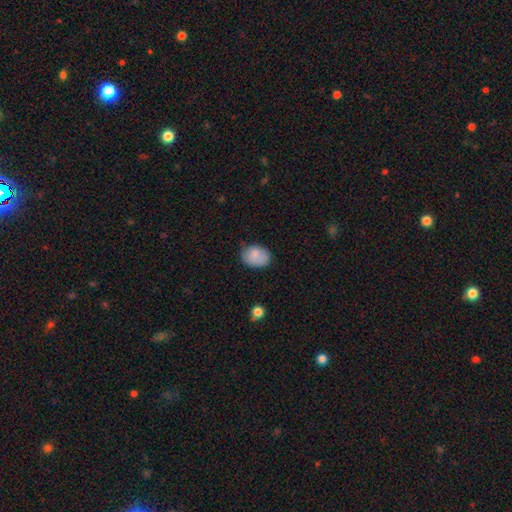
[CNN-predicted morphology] The model was most divided on "merging": none: 70%, minor disturbance: 24%, major disturbance: 5%, merger: 2%. More confident: smooth or featured — smooth (83%); how rounded — in between (72%).